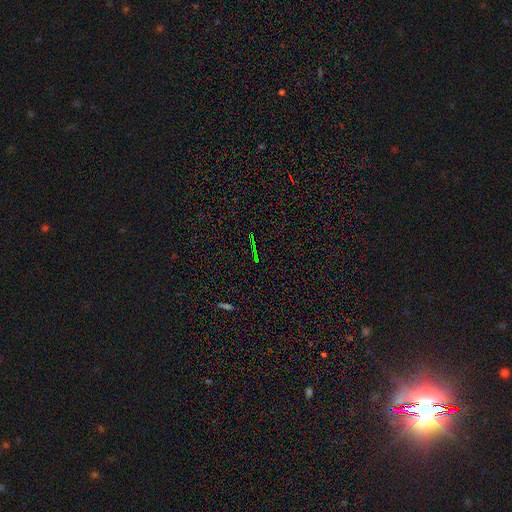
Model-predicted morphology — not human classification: smooth-or-featured: star or artifact: 77% | smooth: 12% | featured or disk: 11%